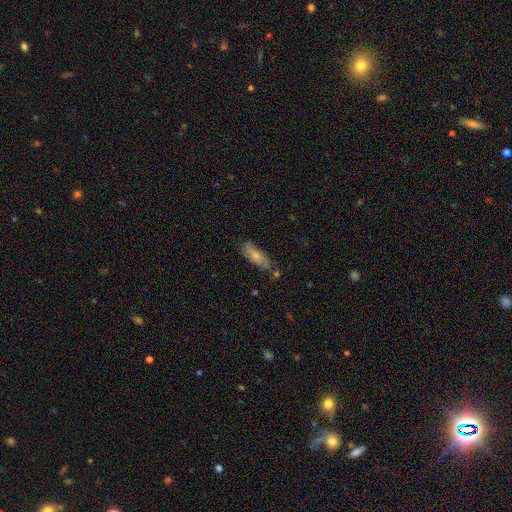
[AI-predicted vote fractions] Smooth or featured: smooth — 68% (featured or disk — 26%)
How rounded: in between — 66% (cigar-shaped — 32%)
Merging: none — 65% (minor disturbance — 25%)